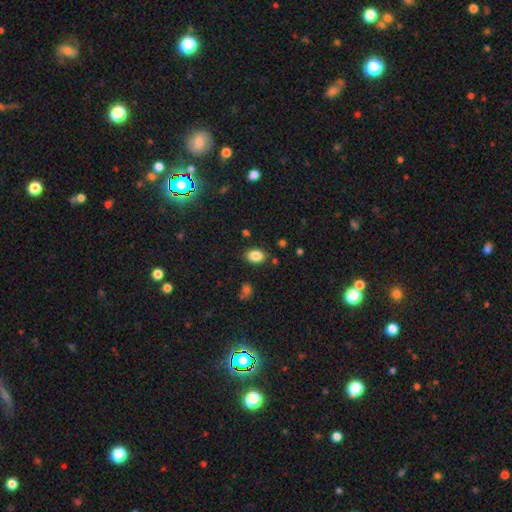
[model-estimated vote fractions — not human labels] Smooth or featured? smooth (85%)
How rounded? in between (82%)
Merging? none (84%)